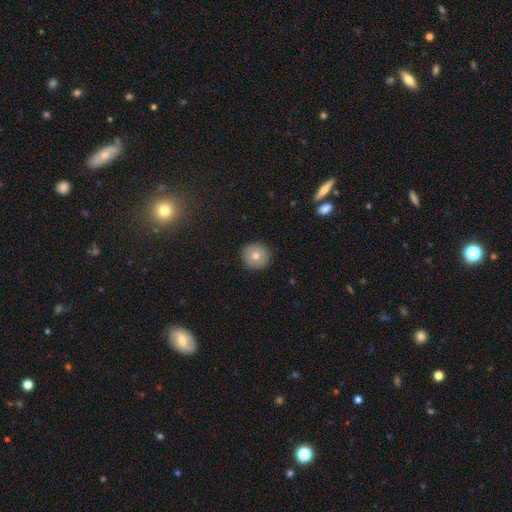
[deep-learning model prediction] smooth-or-featured: smooth: 75% | featured or disk: 15% | star or artifact: 9%
  how-rounded: round: 94% | in between: 5% | cigar-shaped: 1%
  merging: none: 92% | minor disturbance: 6% | major disturbance: 2% | merger: 1%